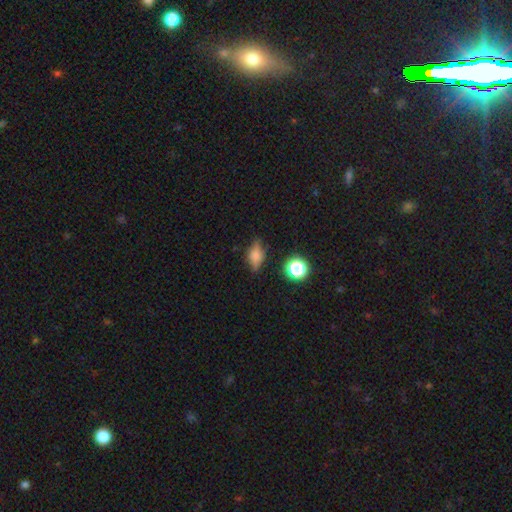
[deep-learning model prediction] This is possibly a smooth galaxy (52%). How rounded: likely in between (63%). Merging: likely none (75%).